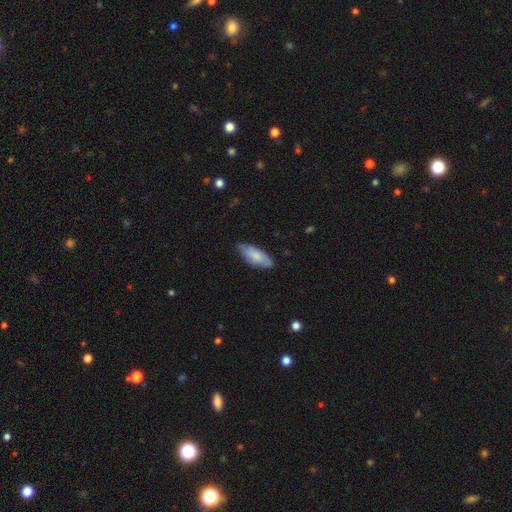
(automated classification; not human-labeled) Smooth or featured: smooth — 69% (featured or disk — 25%)
How rounded: in between — 76% (cigar-shaped — 22%)
Merging: none — 75% (minor disturbance — 21%)